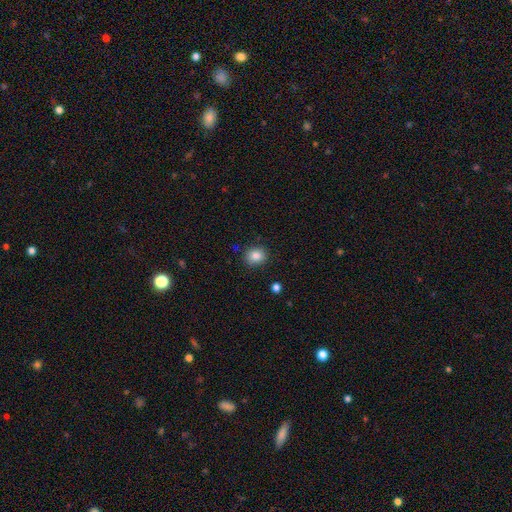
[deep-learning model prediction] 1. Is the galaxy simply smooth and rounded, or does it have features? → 85% smooth, 10% star or artifact, 5% featured or disk.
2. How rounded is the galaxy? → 78% round, 21% in between, 1% cigar-shaped.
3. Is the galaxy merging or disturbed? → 86% none, 9% minor disturbance, 2% major disturbance, 2% merger.